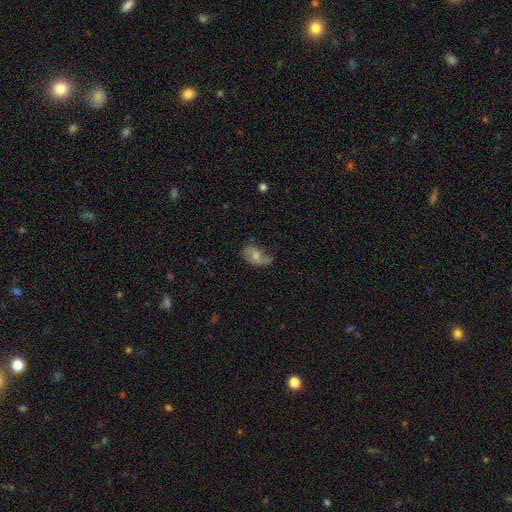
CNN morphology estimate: Smooth or featured?
  - featured or disk: 54% *
  - smooth: 35%
  - star or artifact: 11%
Edge-on disk?
  - no: 95% *
  - yes: 5%
Bar?
  - no: 65% *
  - weak: 29%
  - strong: 6%
Spiral arms?
  - yes: 78% *
  - no: 22%
Bulge size?
  - moderate: 55% *
  - small: 33%
  - large: 6%
  - none: 5%
  - dominant: 1%
Merging?
  - none: 49% *
  - minor disturbance: 31%
  - major disturbance: 16%
  - merger: 5%